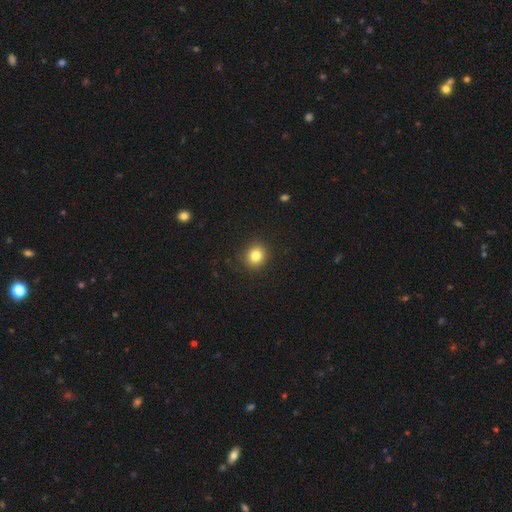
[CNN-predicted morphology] Smooth or featured? smooth (82%)
How rounded? round (84%)
Merging? none (90%)